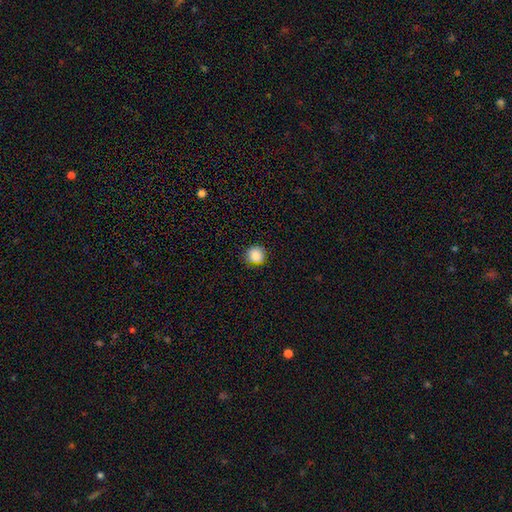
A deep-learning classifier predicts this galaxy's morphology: A smooth galaxy with no disk features (87%) that is round (93%). Merging: none (86%).